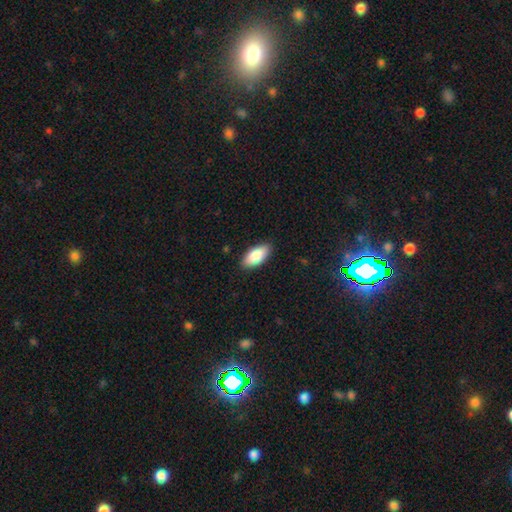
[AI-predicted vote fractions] Smooth or featured?
  - smooth: 84% *
  - featured or disk: 10%
  - star or artifact: 6%
How rounded?
  - in between: 91% *
  - cigar-shaped: 7%
  - round: 2%
Merging?
  - none: 88% *
  - minor disturbance: 9%
  - major disturbance: 2%
  - merger: 1%